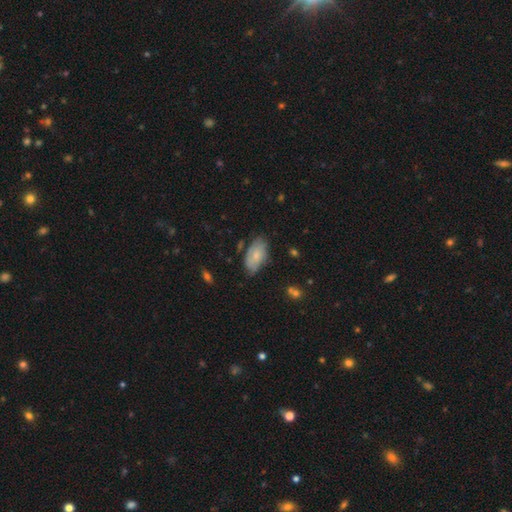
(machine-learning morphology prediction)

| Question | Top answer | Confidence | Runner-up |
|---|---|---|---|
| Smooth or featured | smooth | 65% | featured or disk (28%) |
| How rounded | in between | 93% | round (4%) |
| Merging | none | 63% | minor disturbance (29%) |